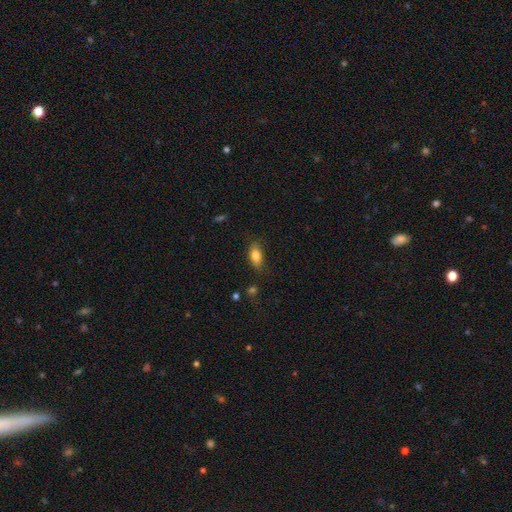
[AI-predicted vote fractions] Smooth or featured: smooth — 79% (featured or disk — 12%)
How rounded: in between — 83% (cigar-shaped — 12%)
Merging: none — 76% (minor disturbance — 18%)